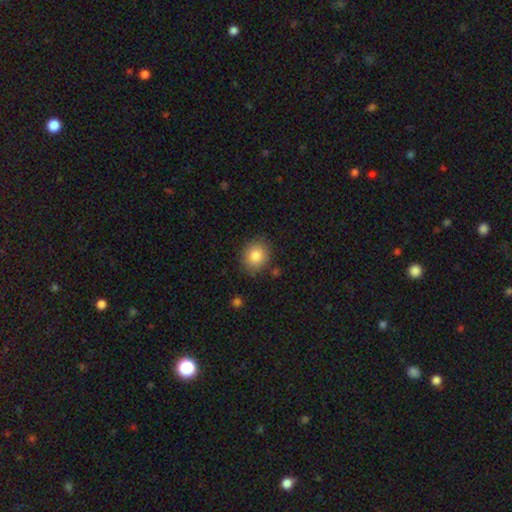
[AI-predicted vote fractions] Overall: smooth (84%). How rounded: round (76%). Merging: none (85%).